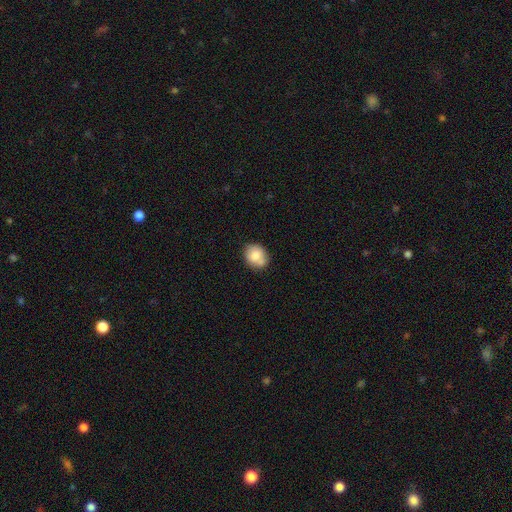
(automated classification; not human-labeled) The model was most divided on "how rounded": round: 57%, in between: 43%, cigar-shaped: 1%. More confident: smooth or featured — smooth (78%); merging — none (60%).